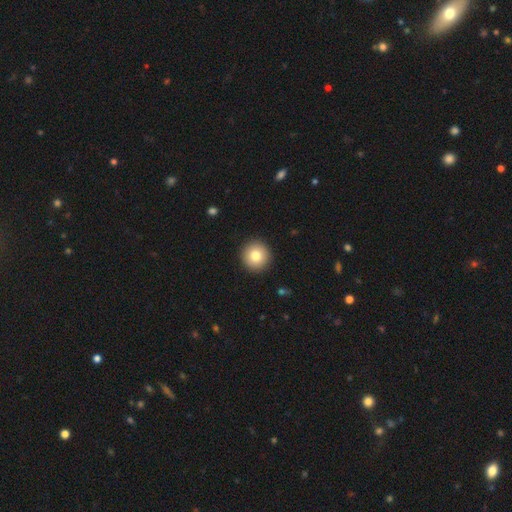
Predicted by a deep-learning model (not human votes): Overall: smooth (80%). How rounded: round (96%). Merging: none (93%).